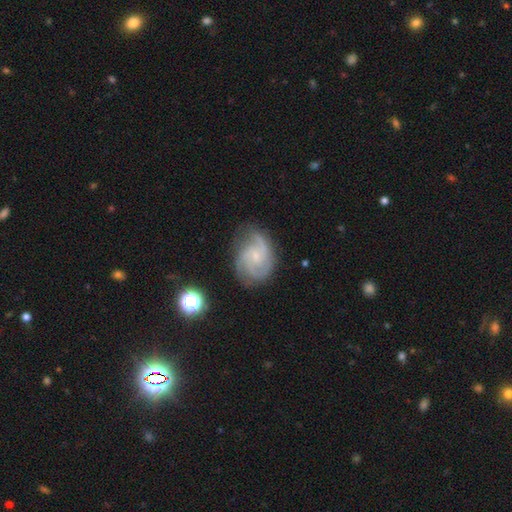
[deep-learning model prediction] Q: Smooth or featured?
A: featured or disk (85%); runner-up: smooth (9%)
Q: Edge-on disk?
A: no (98%); runner-up: yes (2%)
Q: Bar?
A: no (66%); runner-up: weak (30%)
Q: Spiral arms?
A: yes (97%); runner-up: no (3%)
Q: Spiral winding?
A: medium (48%); runner-up: tight (39%)
Q: Spiral arm count?
A: 3 (43%); runner-up: 2 (24%)
Q: Bulge size?
A: small (76%); runner-up: moderate (18%)
Q: Merging?
A: none (71%); runner-up: minor disturbance (20%)